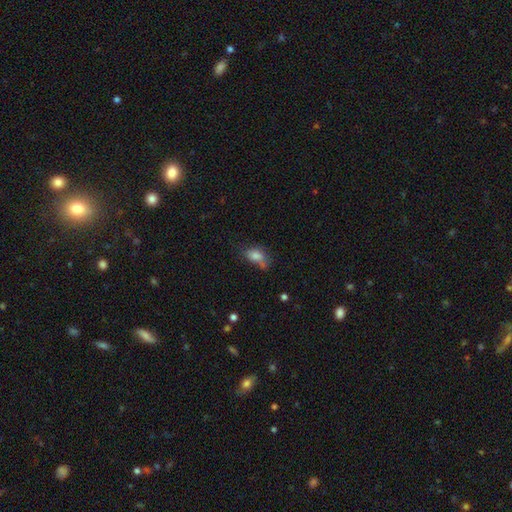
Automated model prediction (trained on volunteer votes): smooth_or_featured: smooth (p=0.76) [alt: featured or disk p=0.12]
how_rounded: in between (p=0.82) [alt: round p=0.14]
merging: none (p=0.42) [alt: minor disturbance p=0.30]